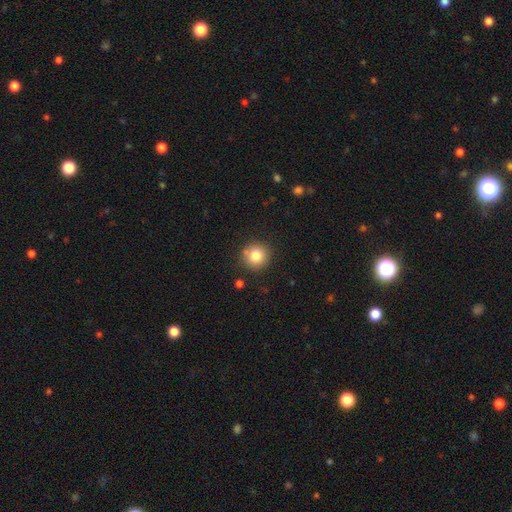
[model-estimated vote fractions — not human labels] Smooth or featured: smooth — 81% (star or artifact — 11%)
How rounded: round — 93% (in between — 6%)
Merging: none — 84% (minor disturbance — 9%)